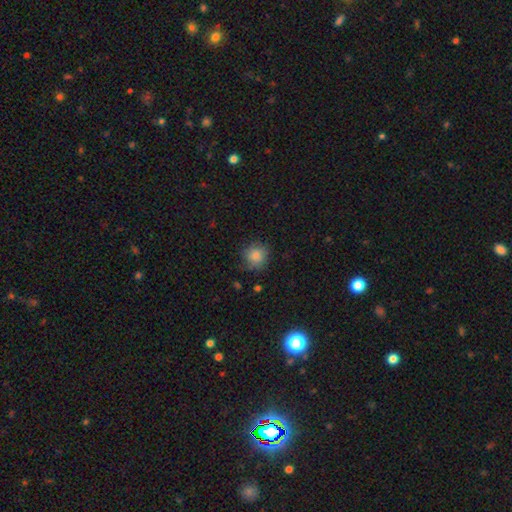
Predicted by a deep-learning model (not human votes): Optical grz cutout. It shows a smooth galaxy with no disk features (84%) that is round (88%). Merging: none (75%).